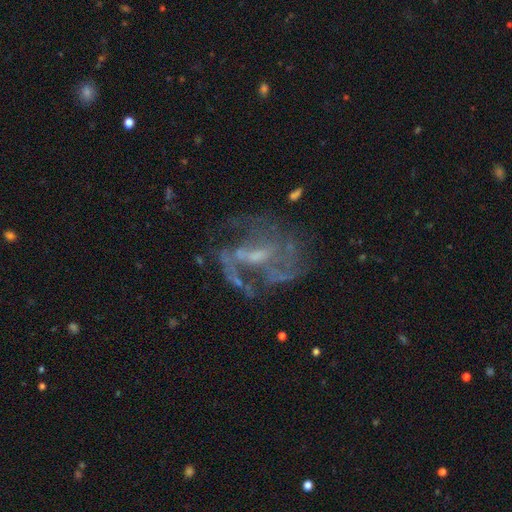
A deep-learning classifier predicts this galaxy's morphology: Smooth or featured: featured or disk — 80% (star or artifact — 11%)
Edge-on disk: no — 97% (yes — 3%)
Bar: weak — 48% (no — 32%)
Spiral arms: yes — 79% (no — 21%)
Spiral winding: medium — 47% (loose — 31%)
Spiral arm count: 2 — 34% (can't tell — 29%)
Bulge size: small — 46% (moderate — 28%)
Merging: none — 49% (major disturbance — 29%)